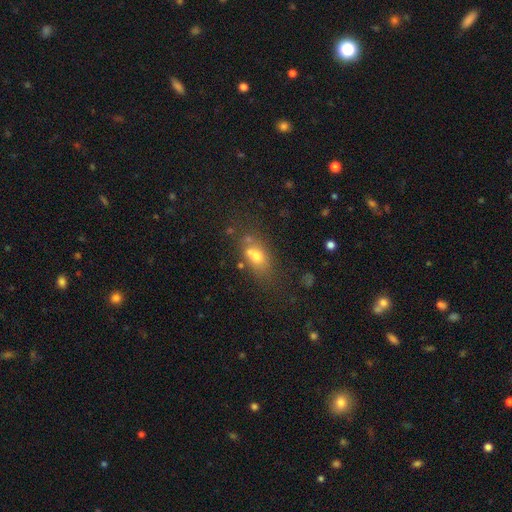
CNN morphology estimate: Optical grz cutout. It shows a smooth galaxy with no disk features (65%) that is in between round and cigar-shaped (74%). Merging: none (44%).